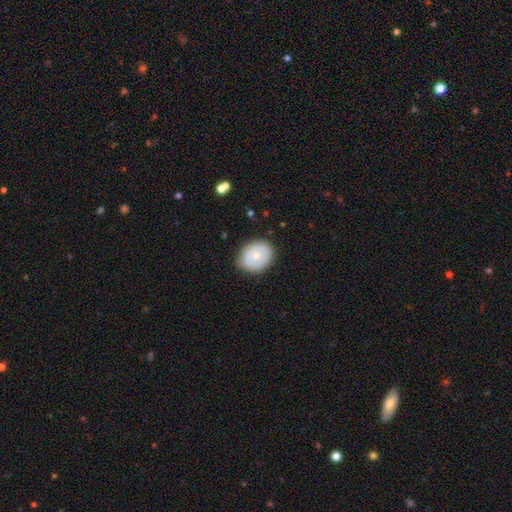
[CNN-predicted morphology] Smooth or featured: smooth — 68% (featured or disk — 26%)
How rounded: round — 53% (in between — 46%)
Merging: none — 79% (minor disturbance — 16%)